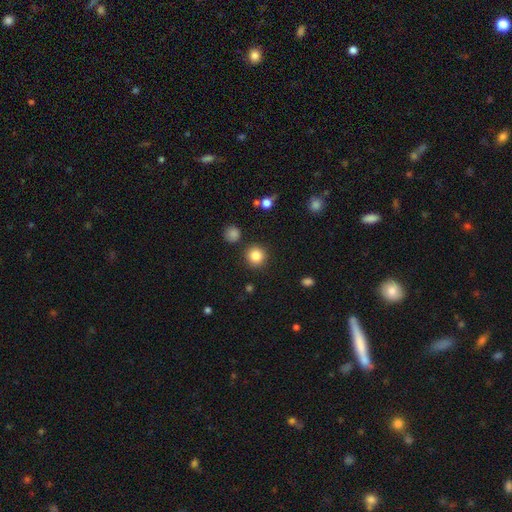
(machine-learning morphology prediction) smooth_or_featured: smooth (p=0.85) [alt: star or artifact p=0.11]
how_rounded: round (p=0.94) [alt: in between p=0.05]
merging: none (p=0.90) [alt: minor disturbance p=0.05]